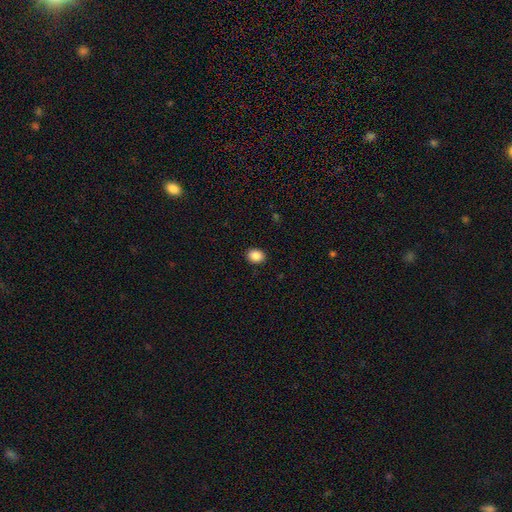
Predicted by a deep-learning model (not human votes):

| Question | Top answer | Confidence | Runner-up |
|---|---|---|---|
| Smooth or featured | smooth | 87% | star or artifact (9%) |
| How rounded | in between | 51% | round (48%) |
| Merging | none | 91% | minor disturbance (6%) |